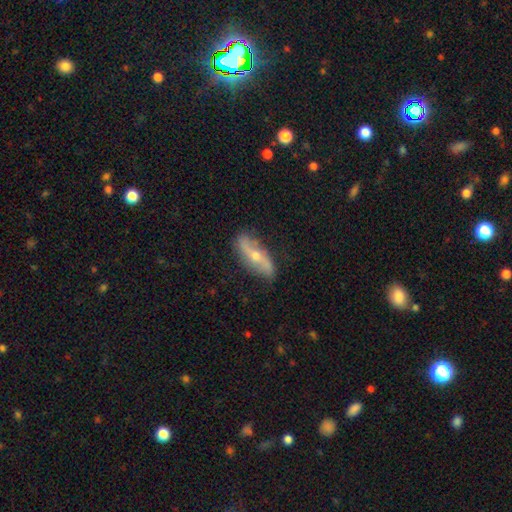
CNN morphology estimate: The model was most divided on "bulge size": moderate: 49%, small: 47%, large: 2%, none: 1%, dominant: 1%. More confident: spiral arms — yes (86%); merging — none (81%); edge-on disk — no (76%); smooth or featured — featured or disk (70%); bar — no (52%).